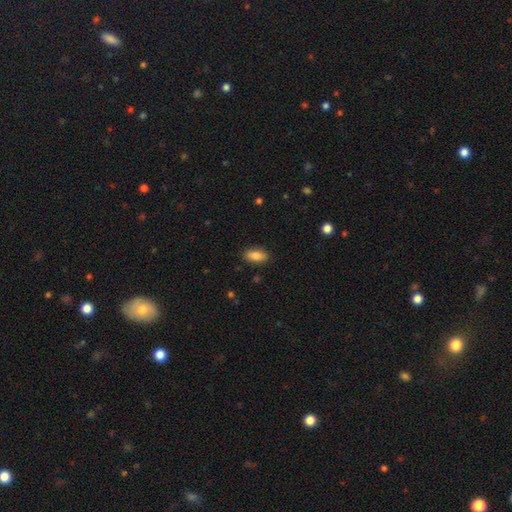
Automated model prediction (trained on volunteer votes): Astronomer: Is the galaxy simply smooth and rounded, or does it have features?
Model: smooth — 83%.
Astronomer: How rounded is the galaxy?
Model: in between — 86%.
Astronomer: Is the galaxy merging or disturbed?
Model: none — 88%.